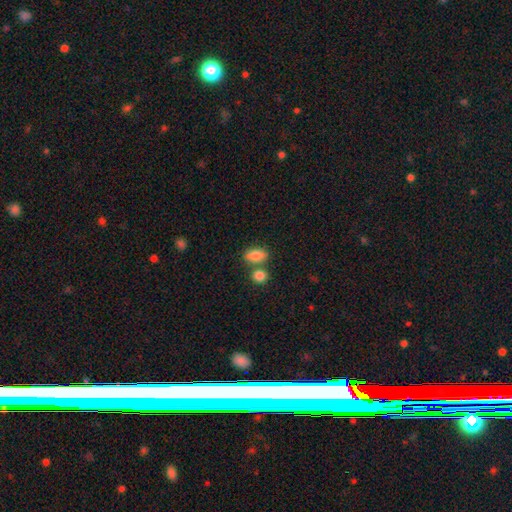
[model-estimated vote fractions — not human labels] This is clearly a smooth galaxy (85%). How rounded: clearly in between (86%). Merging: possibly none (59%).